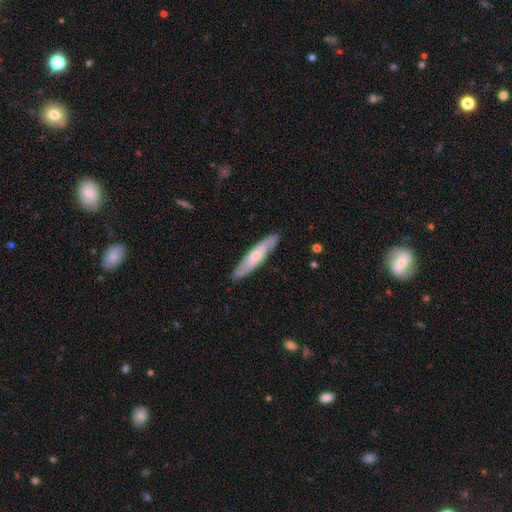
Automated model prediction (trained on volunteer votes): A smooth galaxy with no disk features (49%).

Vote fractions:
- Smooth or featured? smooth: 49% / featured or disk: 46% / star or artifact: 5%
- Merging? none: 88% / minor disturbance: 9% / major disturbance: 2% / merger: 1%